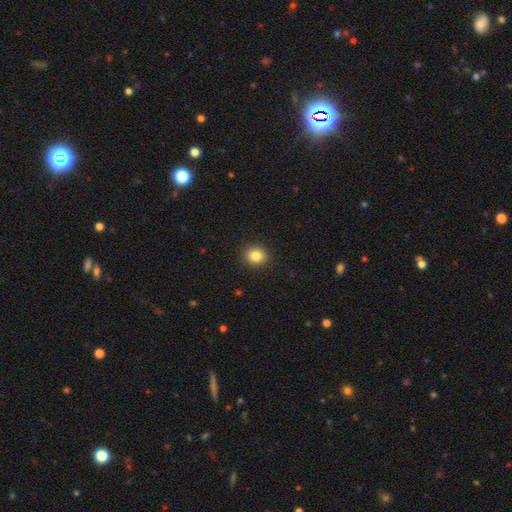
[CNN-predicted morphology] Q: Smooth or featured?
A: smooth (84%); runner-up: star or artifact (11%)
Q: How rounded?
A: round (77%); runner-up: in between (22%)
Q: Merging?
A: none (91%); runner-up: minor disturbance (6%)